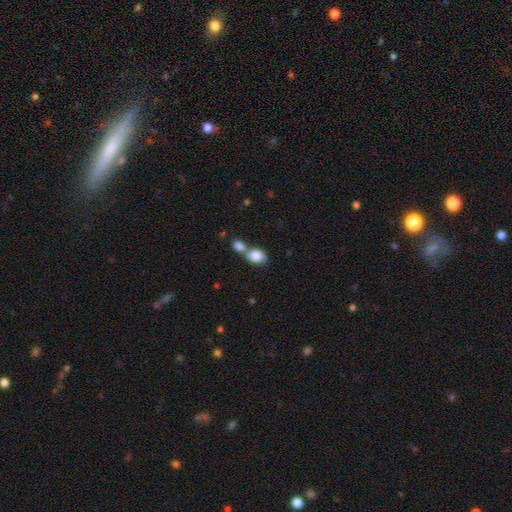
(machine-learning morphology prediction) A smooth galaxy with no disk features (85%) that is in between round and cigar-shaped (58%). Merging: merger (60%).